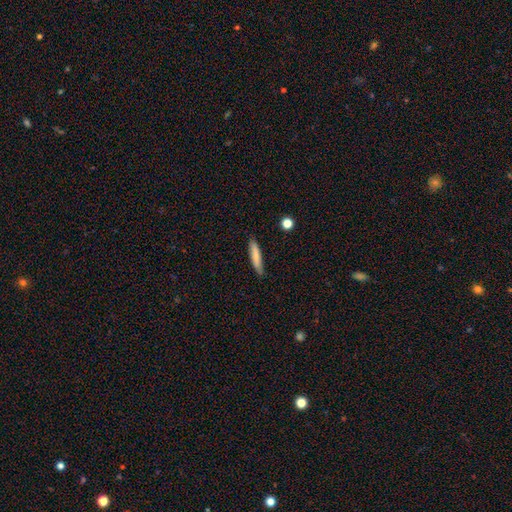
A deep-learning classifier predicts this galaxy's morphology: A smooth galaxy with no disk features (80%) that is cigar-shaped (89%). Merging: none (84%).